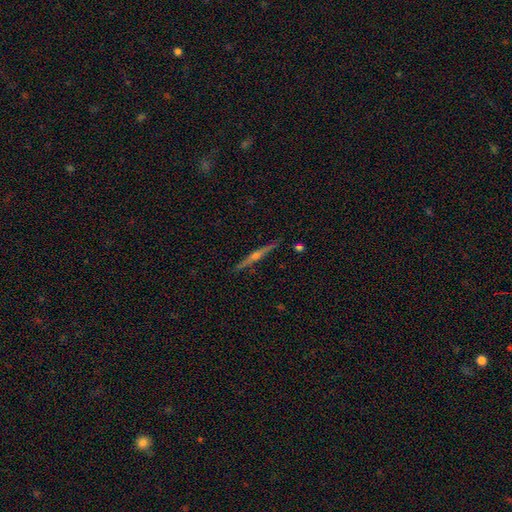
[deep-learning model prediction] Smooth or featured? Predicted: featured or disk (p=0.77). Edge-on disk? Predicted: yes (p=0.98). Edge-on bulge? Predicted: rounded (p=0.82). Merging? Predicted: none (p=0.91).